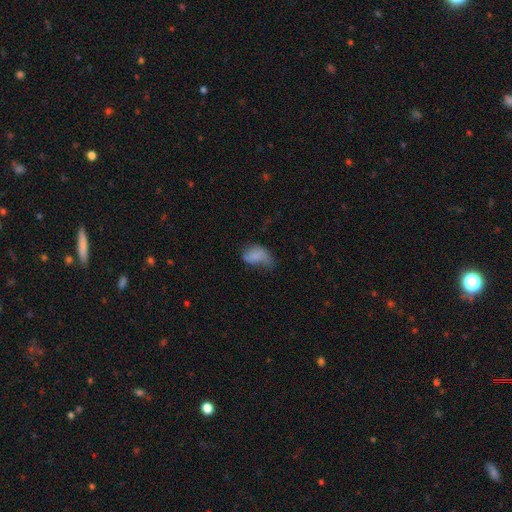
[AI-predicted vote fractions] Smooth or featured: smooth — 70% (featured or disk — 20%)
How rounded: in between — 88% (round — 10%)
Merging: major disturbance — 37% (minor disturbance — 35%)